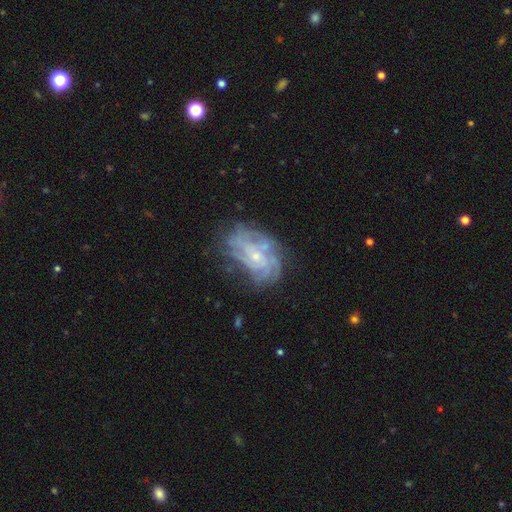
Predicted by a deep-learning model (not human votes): Smooth or featured? featured or disk (79%)
Edge-on disk? no (96%)
Bar? no (70%)
Spiral arms? yes (88%)
Spiral winding? tight (58%)
Spiral arm count? can't tell (44%)
Bulge size? small (75%)
Merging? none (65%)